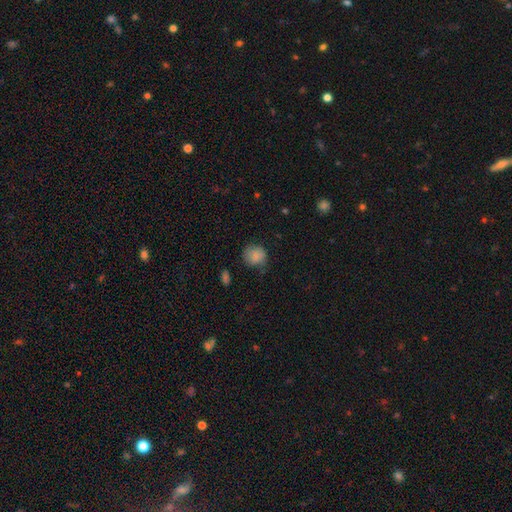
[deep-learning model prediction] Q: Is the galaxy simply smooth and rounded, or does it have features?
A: smooth — 85%.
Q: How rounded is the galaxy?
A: round — 82%.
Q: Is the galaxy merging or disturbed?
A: none — 65%.